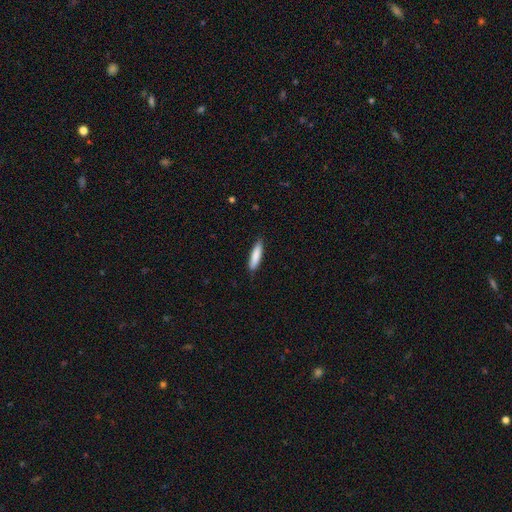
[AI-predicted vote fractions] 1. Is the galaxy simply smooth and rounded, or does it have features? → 86% smooth, 9% featured or disk, 6% star or artifact.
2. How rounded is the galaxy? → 75% cigar-shaped, 23% in between, 1% round.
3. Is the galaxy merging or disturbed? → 85% none, 12% minor disturbance, 2% major disturbance, 1% merger.